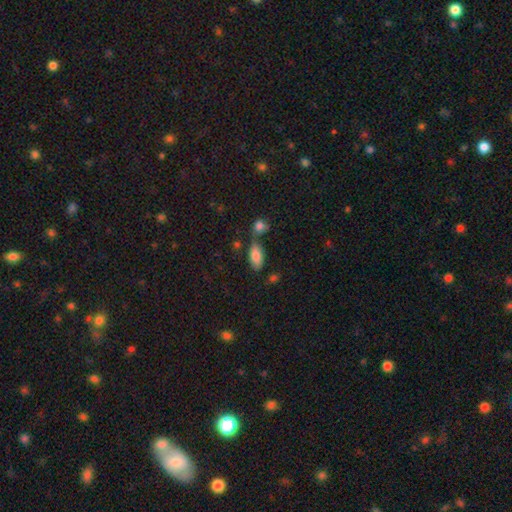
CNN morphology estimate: Q: Smooth or featured?
A: smooth (84%); runner-up: featured or disk (8%)
Q: How rounded?
A: in between (90%); runner-up: cigar-shaped (7%)
Q: Merging?
A: none (59%); runner-up: merger (18%)